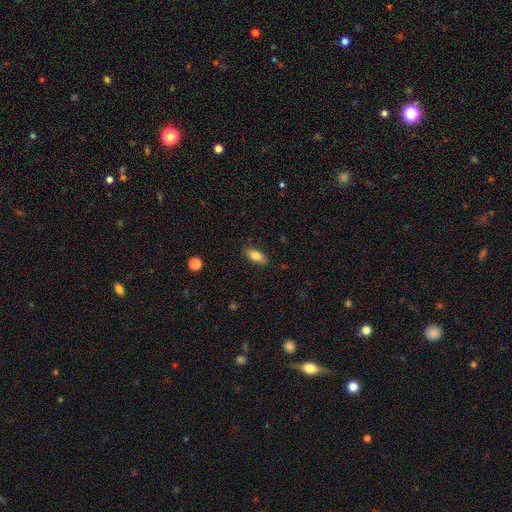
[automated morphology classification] Smooth or featured? Predicted: smooth (p=0.81). How rounded? Predicted: in between (p=0.85). Merging? Predicted: none (p=0.87).